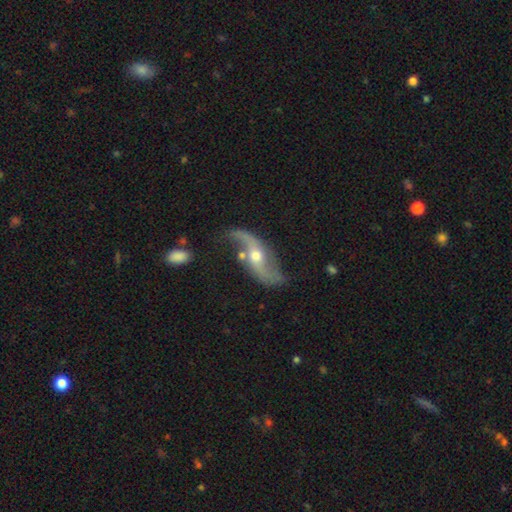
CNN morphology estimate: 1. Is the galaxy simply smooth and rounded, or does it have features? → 87% featured or disk, 7% star or artifact, 6% smooth.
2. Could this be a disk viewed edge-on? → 92% no, 8% yes.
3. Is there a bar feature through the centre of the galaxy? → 54% no, 31% weak, 15% strong.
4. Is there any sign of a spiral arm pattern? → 95% yes, 5% no.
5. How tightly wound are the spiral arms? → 77% loose, 17% medium, 6% tight.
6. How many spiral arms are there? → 92% 2, 3% can't tell, 2% 1, 1% 3, 1% 4, 1% more than 4.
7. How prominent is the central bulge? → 62% moderate, 31% small, 4% large, 1% none, 1% dominant.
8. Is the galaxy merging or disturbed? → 69% none, 17% minor disturbance, 10% major disturbance, 4% merger.